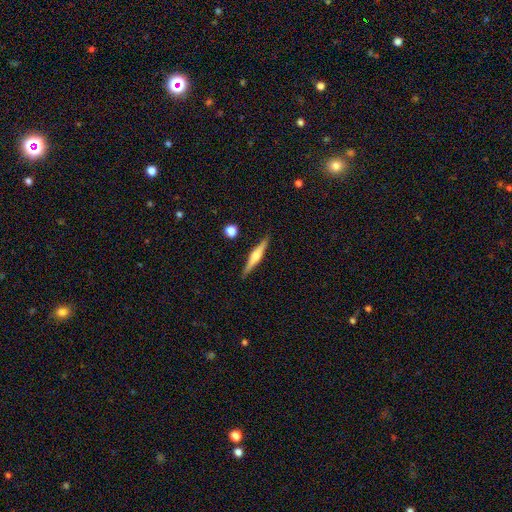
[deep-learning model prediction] This appears to be a featured or disk galaxy (67%) viewed edge-on (98%) with a rounded central bulge (86%). Merging: none (90%).